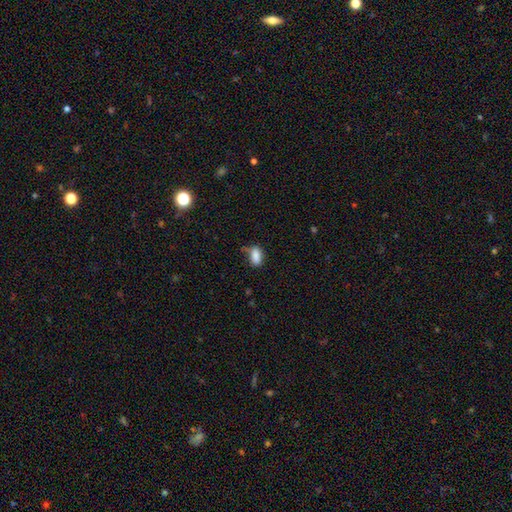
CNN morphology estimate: smooth_or_featured: smooth (p=0.85) [alt: star or artifact p=0.09]
how_rounded: in between (p=0.90) [alt: cigar-shaped p=0.05]
merging: none (p=0.54) [alt: minor disturbance p=0.30]